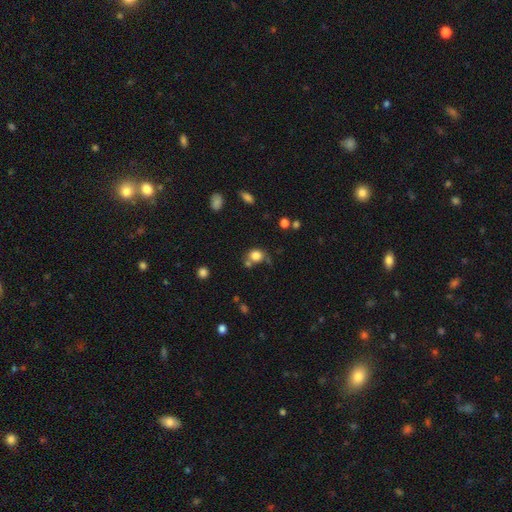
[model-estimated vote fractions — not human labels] Smooth or featured?
  - smooth: 82% *
  - star or artifact: 11%
  - featured or disk: 7%
How rounded?
  - round: 69% *
  - in between: 30%
  - cigar-shaped: 1%
Merging?
  - none: 53% *
  - merger: 23%
  - minor disturbance: 17%
  - major disturbance: 8%